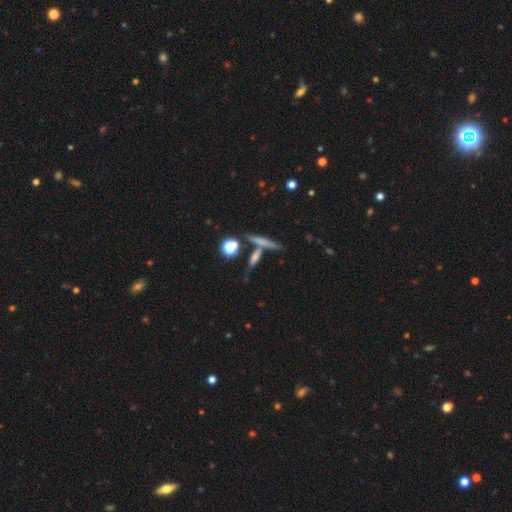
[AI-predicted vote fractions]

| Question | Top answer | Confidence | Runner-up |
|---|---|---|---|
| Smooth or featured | smooth | 48% | featured or disk (38%) |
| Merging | none | 65% | merger (20%) |